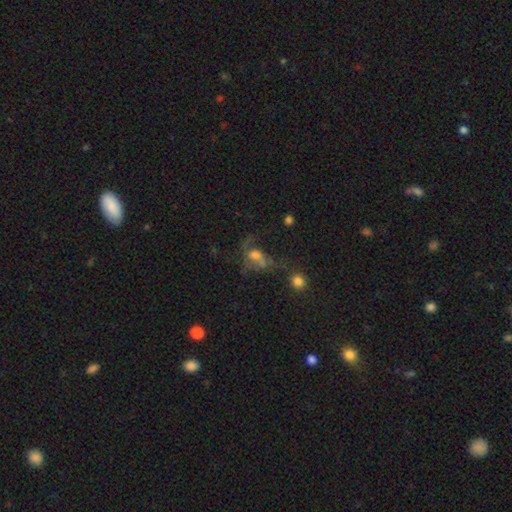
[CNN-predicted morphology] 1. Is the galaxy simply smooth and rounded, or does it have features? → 40% featured or disk, 39% smooth, 22% star or artifact.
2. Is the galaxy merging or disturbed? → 35% major disturbance, 26% none, 24% merger, 14% minor disturbance.